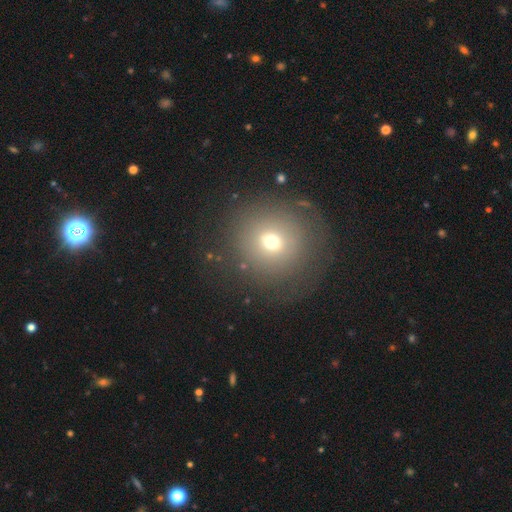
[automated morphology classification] A smooth galaxy with no disk features (48%).

Vote fractions:
- Smooth or featured? smooth: 48% / star or artifact: 28% / featured or disk: 25%
- Merging? none: 87% / minor disturbance: 8% / major disturbance: 4% / merger: 1%